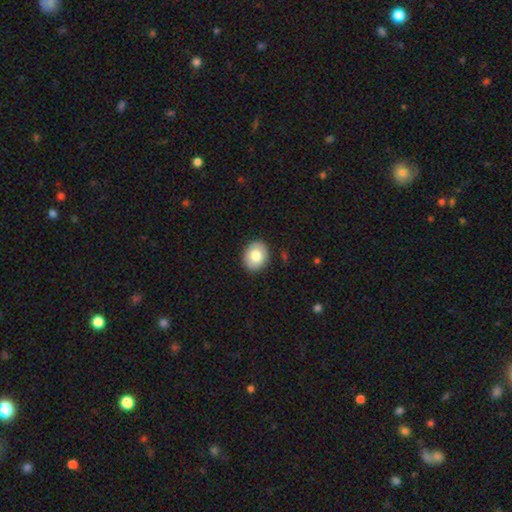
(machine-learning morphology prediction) Smooth or featured: smooth — 77% (featured or disk — 16%)
How rounded: round — 52% (in between — 47%)
Merging: none — 89% (minor disturbance — 8%)